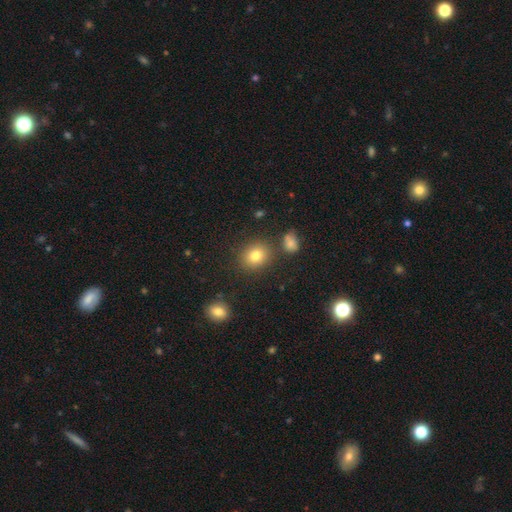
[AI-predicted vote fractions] Smooth or featured? smooth (79%)
How rounded? round (65%)
Merging? none (82%)